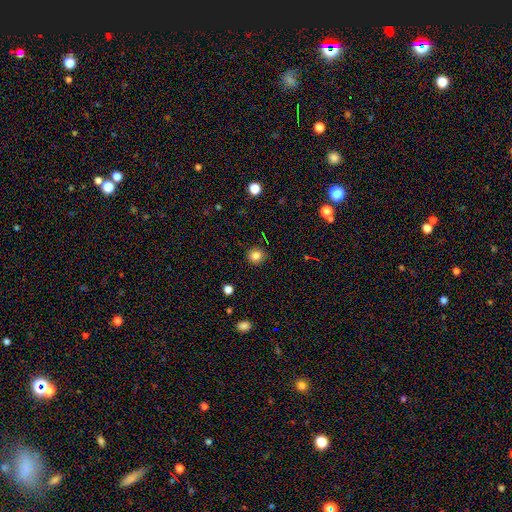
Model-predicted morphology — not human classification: Overall: smooth (83%). How rounded: round (88%). Merging: none (89%).